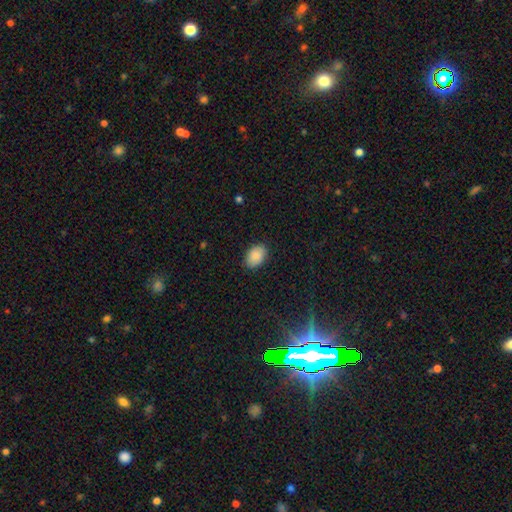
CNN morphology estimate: This is clearly a smooth galaxy (88%). How rounded: clearly in between (86%). Merging: clearly none (87%).